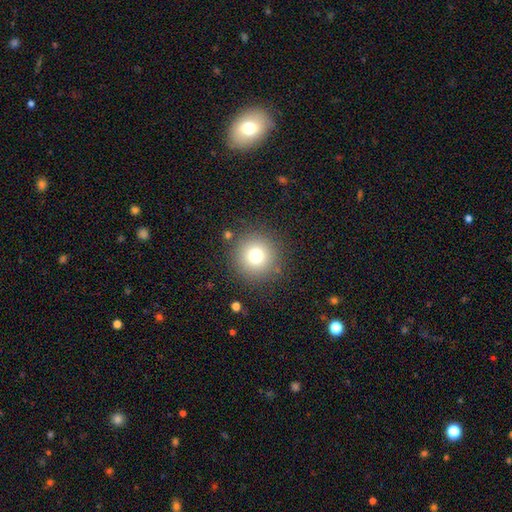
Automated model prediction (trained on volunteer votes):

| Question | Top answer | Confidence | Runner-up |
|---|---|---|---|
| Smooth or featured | smooth | 76% | star or artifact (14%) |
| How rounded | round | 95% | in between (4%) |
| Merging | none | 87% | minor disturbance (7%) |